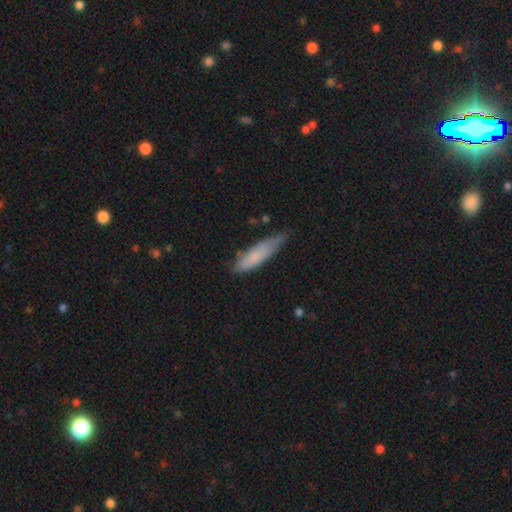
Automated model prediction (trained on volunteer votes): Smooth or featured: smooth — 76% (featured or disk — 18%)
How rounded: cigar-shaped — 67% (in between — 31%)
Merging: none — 52% (minor disturbance — 38%)